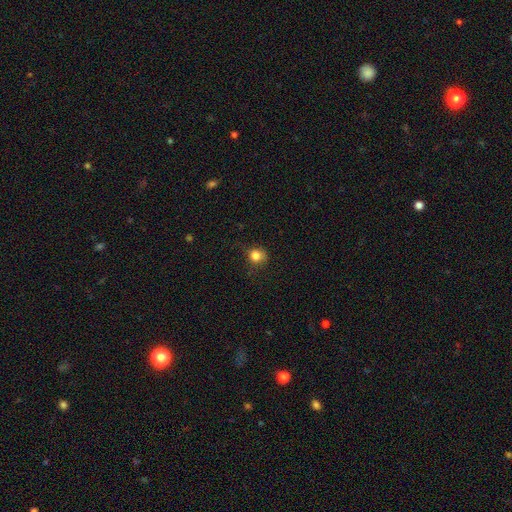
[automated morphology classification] type=smooth (82%); roundness=round (86%); merging=none (74%).